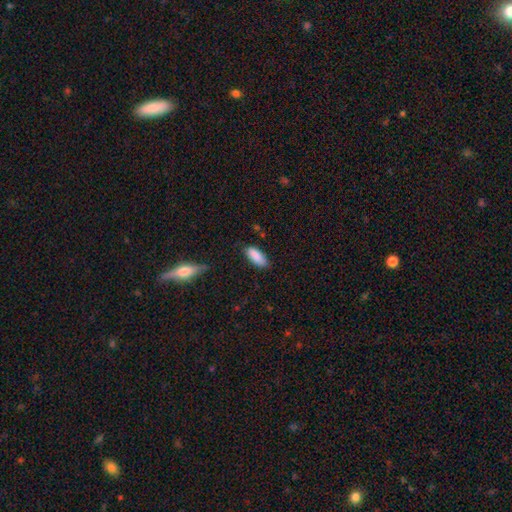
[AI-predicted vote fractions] Overall: smooth (88%). How rounded: in between (79%). Merging: none (78%).